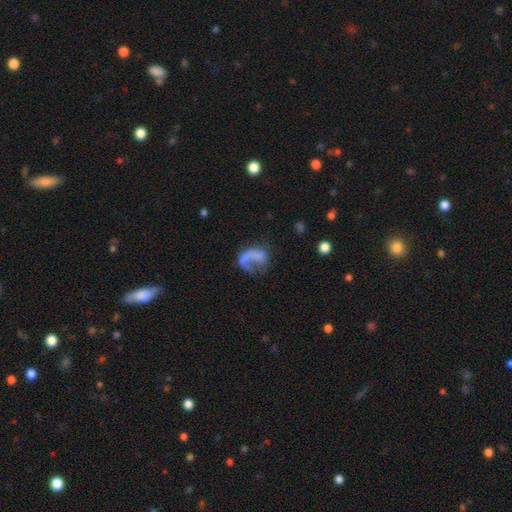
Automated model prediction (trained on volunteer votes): Overall: smooth (45%; featured or disk 44%). Merging: major disturbance (48%; none 30%).